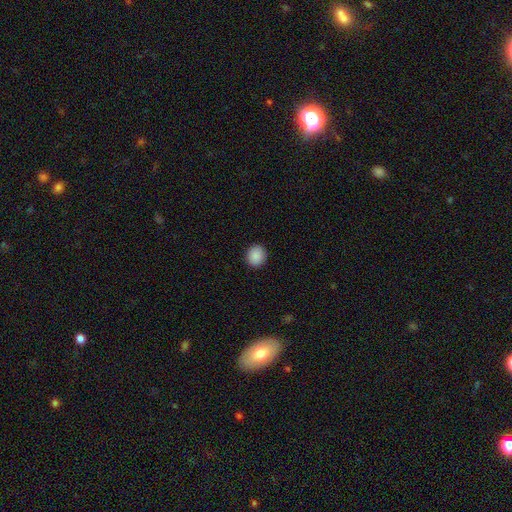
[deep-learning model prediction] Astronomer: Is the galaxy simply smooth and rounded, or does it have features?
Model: smooth — 89%.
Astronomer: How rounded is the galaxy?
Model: round — 83%.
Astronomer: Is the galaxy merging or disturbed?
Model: none — 91%.